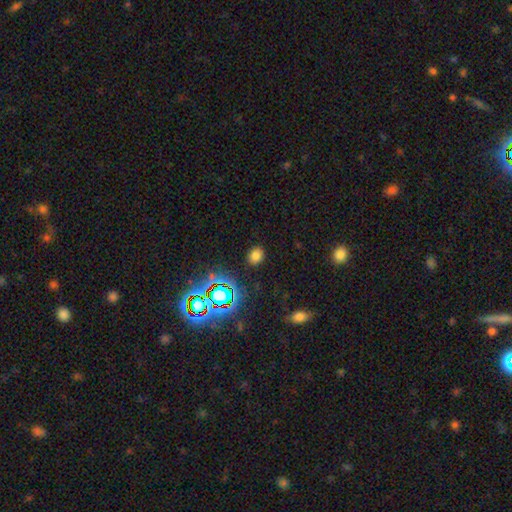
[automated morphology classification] smooth 70%, star or artifact 24%, featured or disk 6%. Down the decision tree: how rounded — round (58%); merging — none (86%).